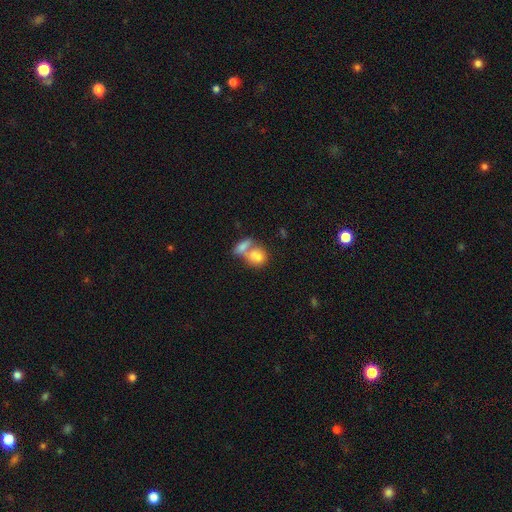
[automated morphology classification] This appears to be a smooth galaxy with no disk features (77%) that is in between round and cigar-shaped (62%). Merging: merger (64%).